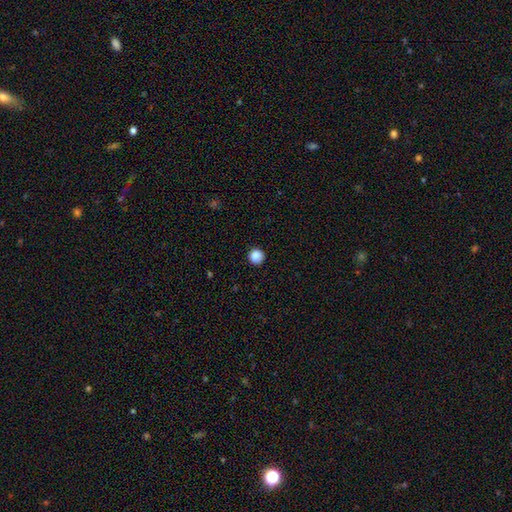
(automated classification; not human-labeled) This appears to be a smooth galaxy with no disk features (88%) that is round (95%). Merging: none (92%).